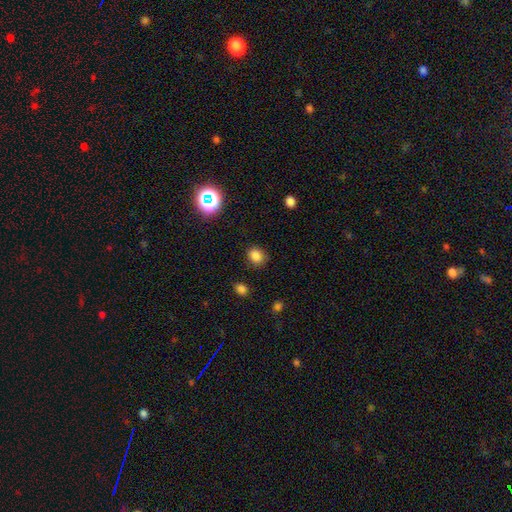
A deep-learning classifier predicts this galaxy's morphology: Q: Smooth or featured?
A: smooth (81%); runner-up: star or artifact (14%)
Q: How rounded?
A: round (61%); runner-up: in between (38%)
Q: Merging?
A: none (84%); runner-up: minor disturbance (11%)